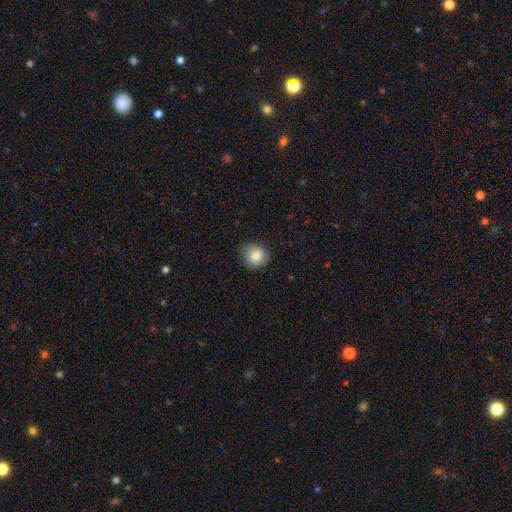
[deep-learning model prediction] Q: Smooth or featured?
A: smooth (82%); runner-up: featured or disk (10%)
Q: How rounded?
A: round (84%); runner-up: in between (15%)
Q: Merging?
A: none (81%); runner-up: minor disturbance (15%)